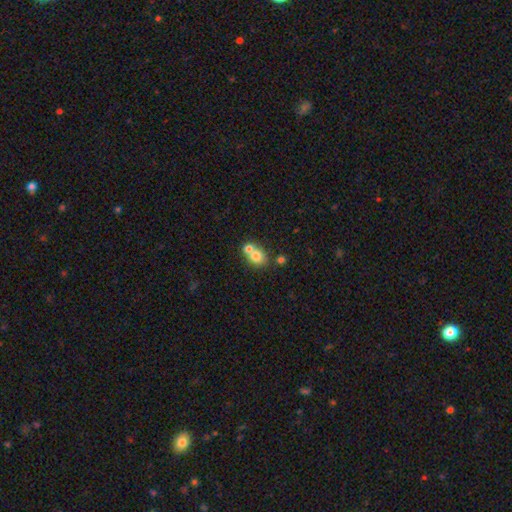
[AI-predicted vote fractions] This is likely a smooth galaxy (75%). How rounded: likely round (65%). Merging: possibly merger (56%).